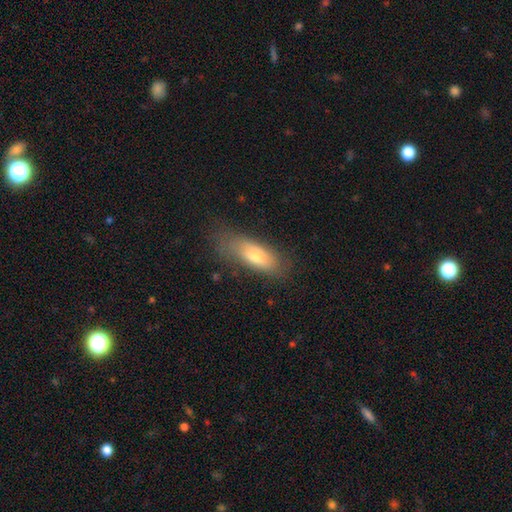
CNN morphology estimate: smooth_or_featured: smooth (p=0.69) [alt: featured or disk p=0.23]
how_rounded: in between (p=0.70) [alt: cigar-shaped p=0.27]
merging: none (p=0.64) [alt: minor disturbance p=0.24]